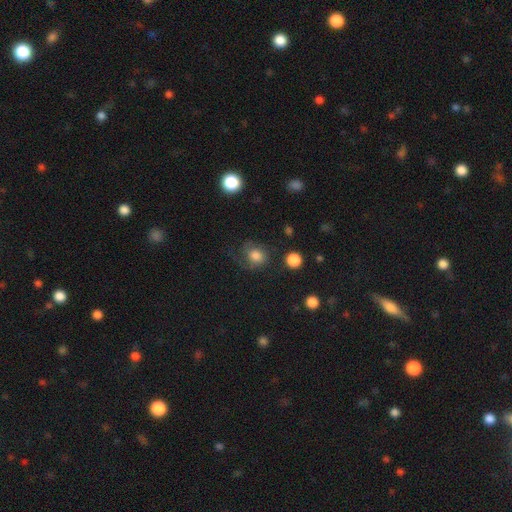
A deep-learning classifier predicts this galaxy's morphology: A smooth galaxy with no disk features (69%) that is round (66%).

Vote fractions:
- Smooth or featured? smooth: 69% / featured or disk: 20% / star or artifact: 11%
- How rounded? round: 66% / in between: 33% / cigar-shaped: 1%
- Merging? none: 51% / major disturbance: 24% / minor disturbance: 22% / merger: 3%